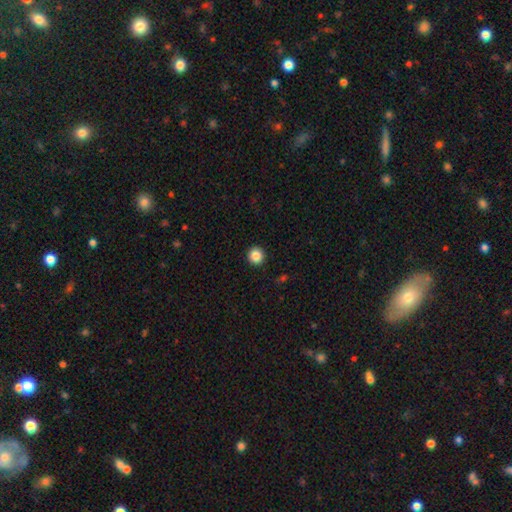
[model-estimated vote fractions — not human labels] smooth_or_featured: smooth (p=0.86) [alt: star or artifact p=0.10]
how_rounded: round (p=0.94) [alt: in between p=0.05]
merging: none (p=0.93) [alt: minor disturbance p=0.04]